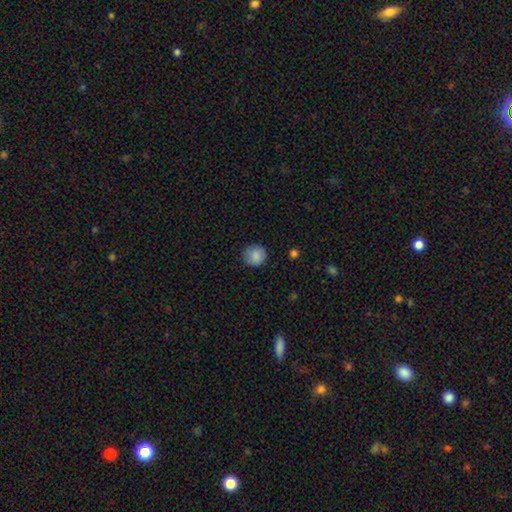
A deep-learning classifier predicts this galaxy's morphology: Smooth or featured? smooth (88%)
How rounded? round (91%)
Merging? none (86%)